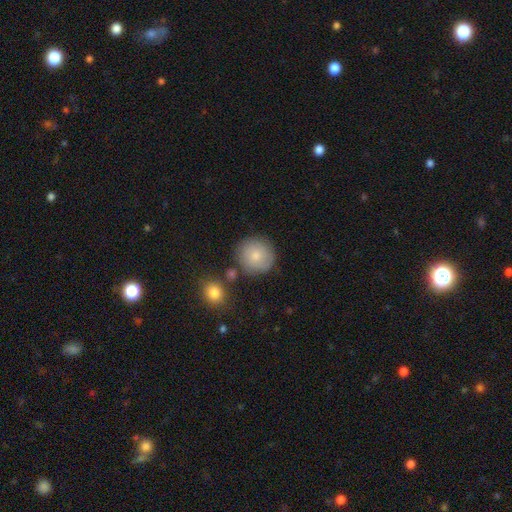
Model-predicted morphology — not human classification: Smooth or featured: smooth — 80% (featured or disk — 13%)
How rounded: round — 92% (in between — 7%)
Merging: none — 80% (minor disturbance — 11%)